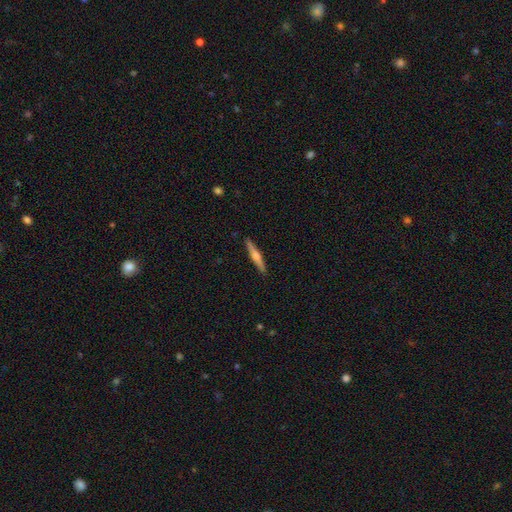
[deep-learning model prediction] Smooth or featured?
  - featured or disk: 54% *
  - smooth: 41%
  - star or artifact: 6%
Edge-on disk?
  - yes: 97% *
  - no: 3%
Edge-on bulge?
  - rounded: 79% *
  - none: 11%
  - boxy: 10%
Merging?
  - none: 91% *
  - minor disturbance: 7%
  - major disturbance: 1%
  - merger: 1%